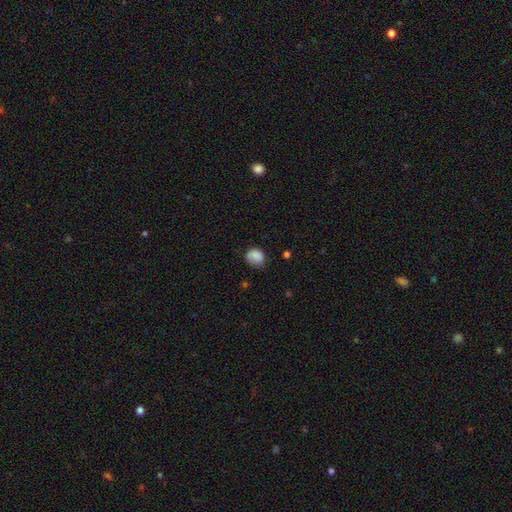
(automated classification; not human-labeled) Smooth or featured: smooth — 83% (star or artifact — 9%)
How rounded: round — 61% (in between — 38%)
Merging: none — 58% (minor disturbance — 30%)